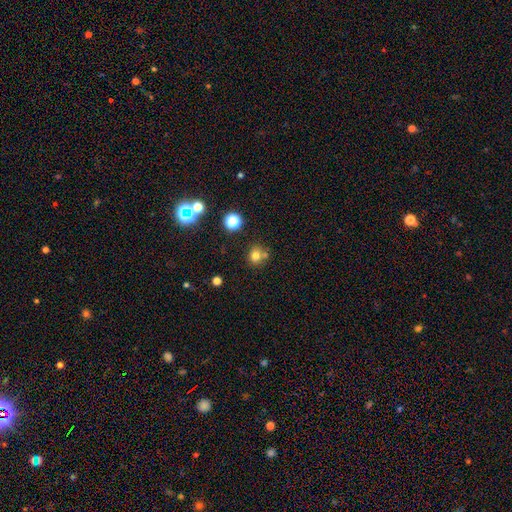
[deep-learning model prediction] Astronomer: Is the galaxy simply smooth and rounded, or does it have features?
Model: smooth — 74%.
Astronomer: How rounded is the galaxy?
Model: round — 81%.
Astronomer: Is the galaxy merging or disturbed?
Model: none — 64%.